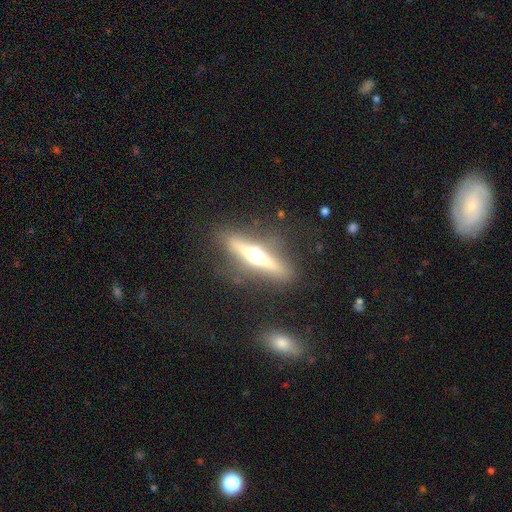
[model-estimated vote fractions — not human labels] smooth_or_featured: featured or disk (p=0.75) [alt: smooth p=0.19]
disk_edge_on: yes (p=0.95) [alt: no p=0.05]
edge_on_bulge: rounded (p=0.96) [alt: boxy p=0.03]
merging: none (p=0.86) [alt: minor disturbance p=0.09]